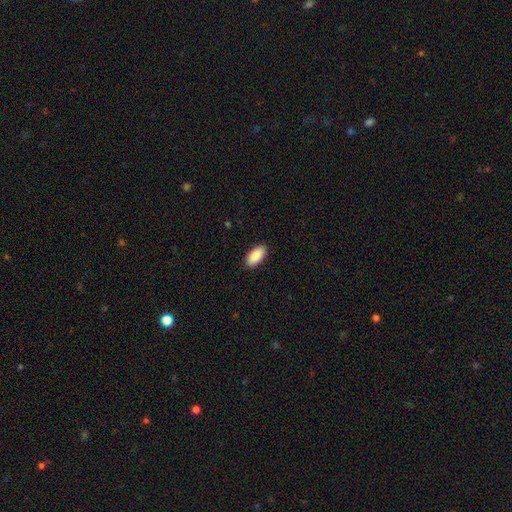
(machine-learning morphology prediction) Smooth or featured?
  - smooth: 90% *
  - star or artifact: 6%
  - featured or disk: 4%
How rounded?
  - in between: 93% *
  - cigar-shaped: 5%
  - round: 2%
Merging?
  - none: 90% *
  - minor disturbance: 7%
  - major disturbance: 2%
  - merger: 1%